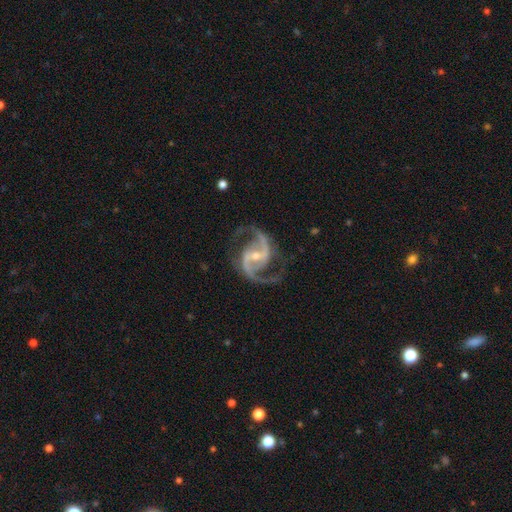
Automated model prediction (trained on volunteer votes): This is clearly a featured or disk galaxy (94%). It is clearly not viewed edge-on (98%). Bar: marginally weak (42%). Spiral arm pattern: clearly yes (99%). Spiral arm count: clearly 2 (94%). Spiral winding: likely medium (61%). Central bulge: possibly small (55%). Merging: likely none (79%).